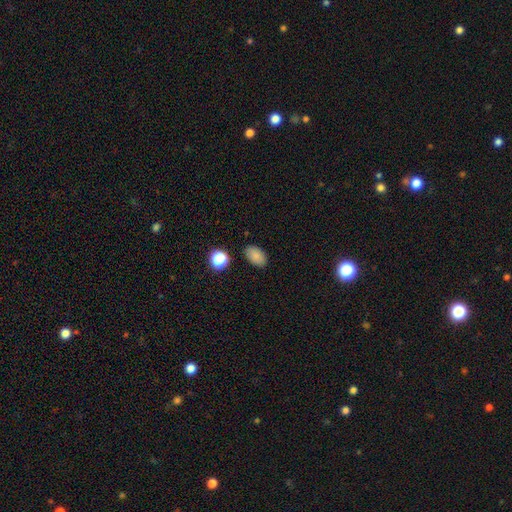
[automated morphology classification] Smooth or featured: smooth — 84% (star or artifact — 11%)
How rounded: in between — 89% (round — 10%)
Merging: none — 86% (minor disturbance — 10%)